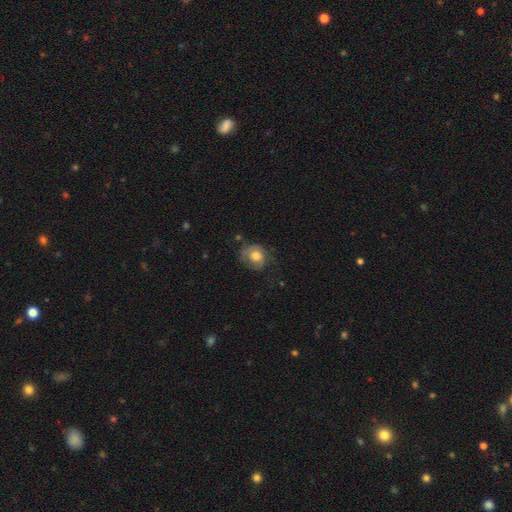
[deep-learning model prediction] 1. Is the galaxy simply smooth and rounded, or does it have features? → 57% smooth, 35% featured or disk, 8% star or artifact.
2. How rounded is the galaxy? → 67% round, 32% in between, 1% cigar-shaped.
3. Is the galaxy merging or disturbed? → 49% none, 29% minor disturbance, 20% major disturbance, 2% merger.